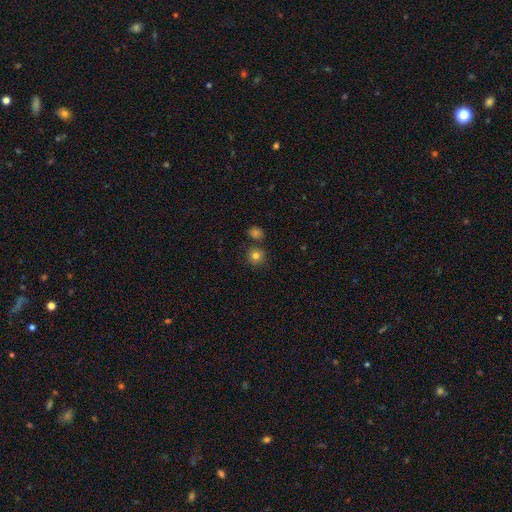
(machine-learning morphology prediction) Q: Smooth or featured?
A: smooth (81%); runner-up: star or artifact (12%)
Q: How rounded?
A: round (91%); runner-up: in between (8%)
Q: Merging?
A: none (79%); runner-up: minor disturbance (9%)